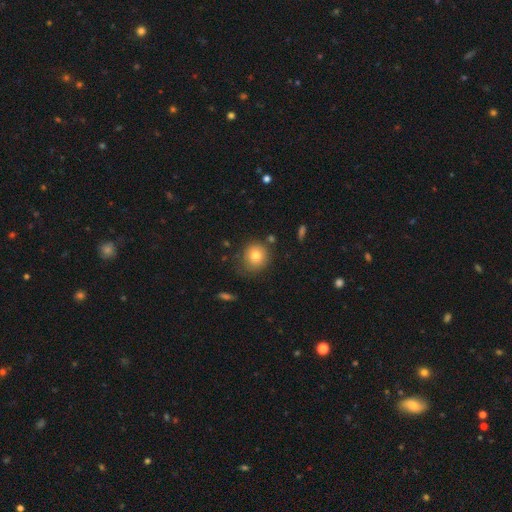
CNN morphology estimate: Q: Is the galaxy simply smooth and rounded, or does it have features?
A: smooth — 78%.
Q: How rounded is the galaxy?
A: round — 88%.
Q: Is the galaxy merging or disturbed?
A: none — 76%.